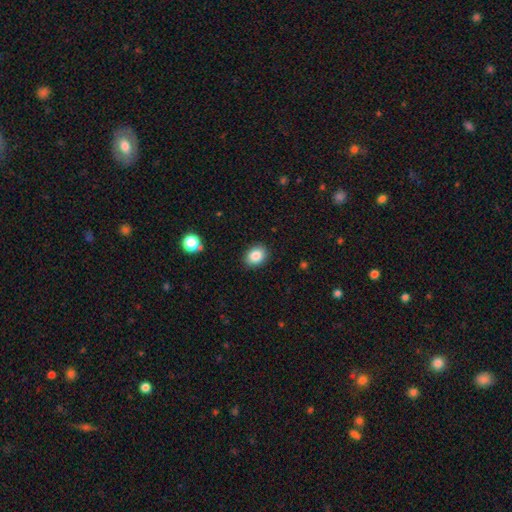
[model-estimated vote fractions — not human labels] A smooth galaxy with no disk features (85%) that is in between round and cigar-shaped (58%). Merging: none (89%).